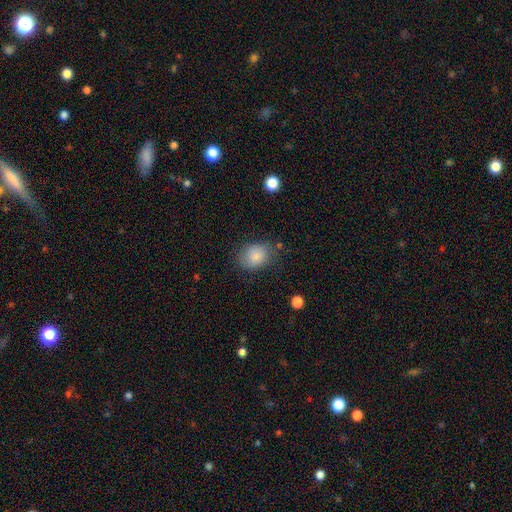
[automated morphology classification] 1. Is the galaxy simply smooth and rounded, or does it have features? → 84% smooth, 9% featured or disk, 8% star or artifact.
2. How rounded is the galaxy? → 57% in between, 42% round, 1% cigar-shaped.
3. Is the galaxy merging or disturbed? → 70% none, 21% minor disturbance, 7% major disturbance, 2% merger.